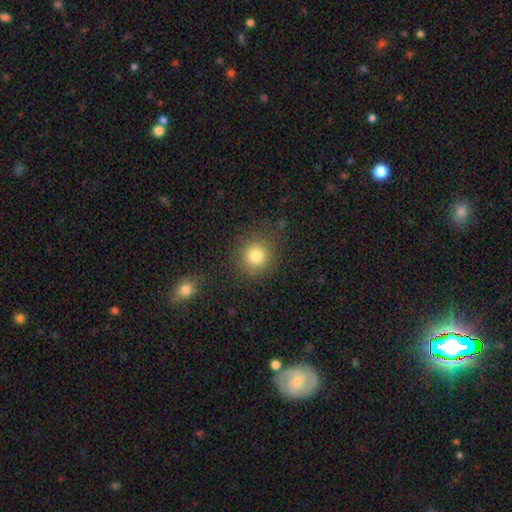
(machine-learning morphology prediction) Overall: smooth (80%). How rounded: round (88%). Merging: none (83%).